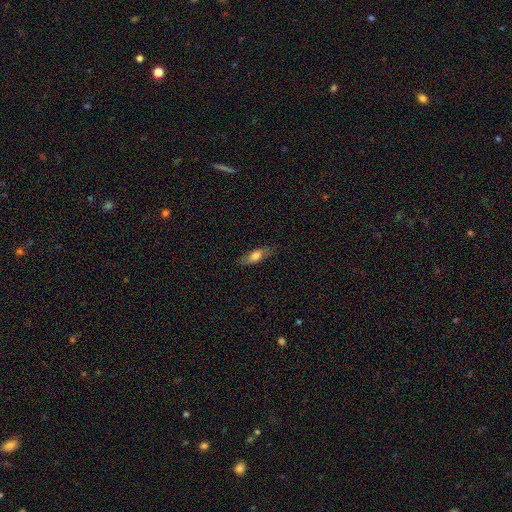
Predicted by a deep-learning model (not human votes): This appears to be a smooth galaxy with no disk features (68%) that is in between round and cigar-shaped (64%). Merging: none (80%).